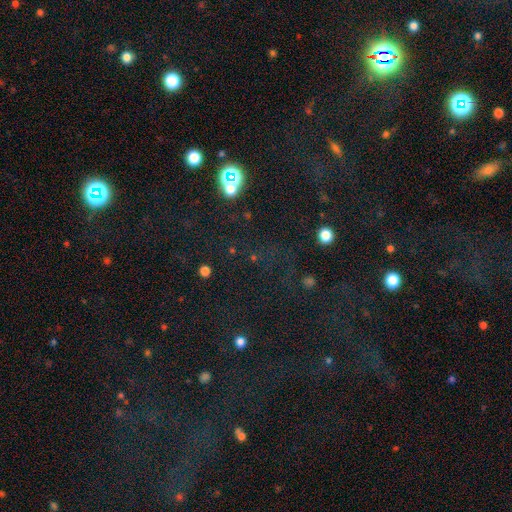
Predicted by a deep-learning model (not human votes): Smooth or featured?
  - star or artifact: 72% *
  - smooth: 19%
  - featured or disk: 9%